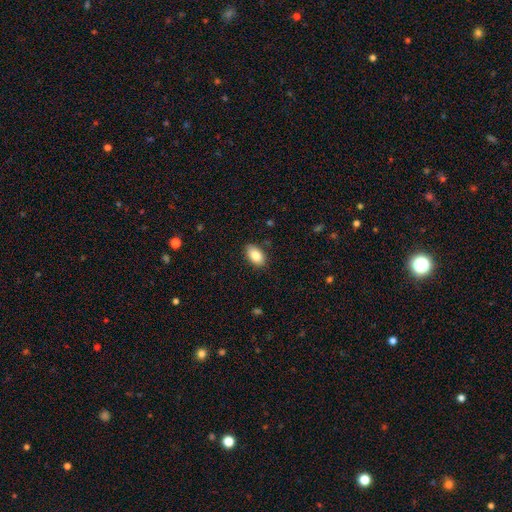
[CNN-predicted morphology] smooth_or_featured: smooth (p=0.86) [alt: star or artifact p=0.07]
how_rounded: in between (p=0.92) [alt: round p=0.06]
merging: none (p=0.86) [alt: minor disturbance p=0.10]